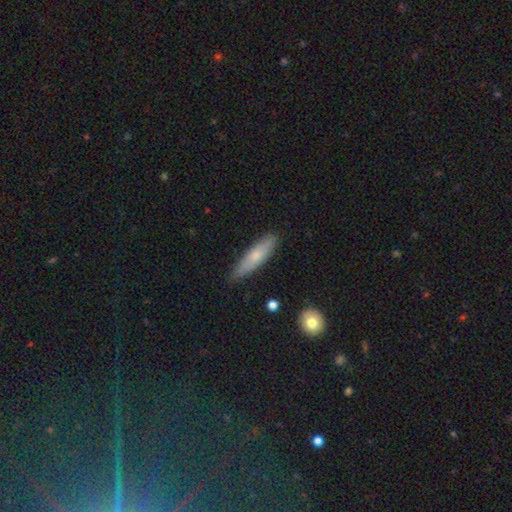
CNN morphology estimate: Smooth or featured: smooth — 64% (featured or disk — 29%)
How rounded: cigar-shaped — 75% (in between — 23%)
Merging: none — 80% (minor disturbance — 16%)